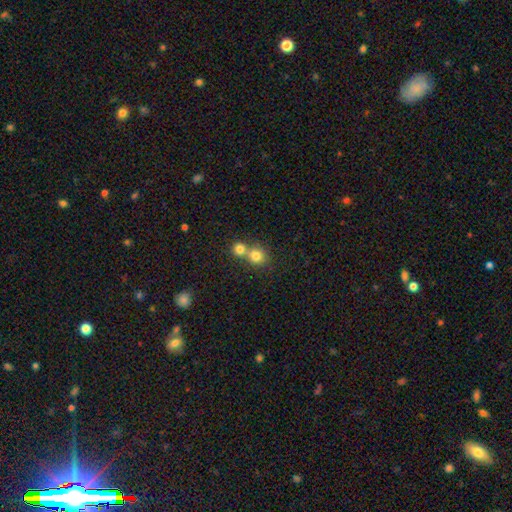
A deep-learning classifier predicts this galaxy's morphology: This is likely a smooth galaxy (79%). How rounded: clearly round (86%). Merging: possibly merger (50%).